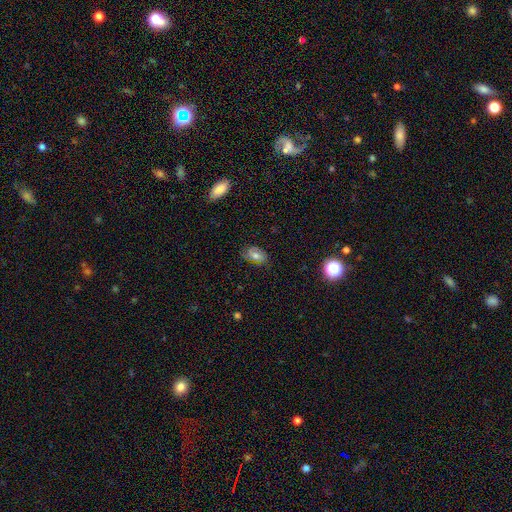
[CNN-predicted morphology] Smooth or featured: smooth — 51% (featured or disk — 38%)
How rounded: in between — 87% (round — 11%)
Merging: none — 66% (minor disturbance — 25%)